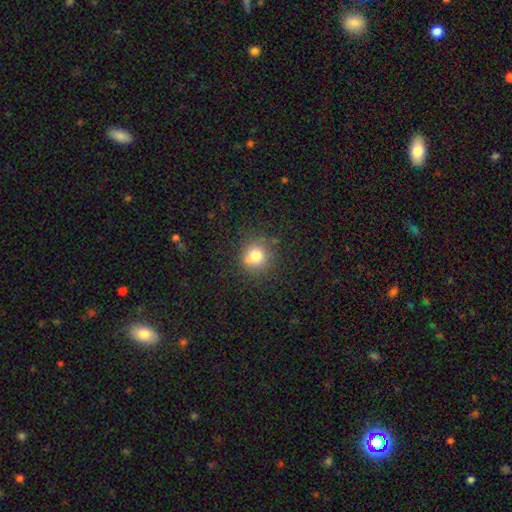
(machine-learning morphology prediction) smooth_or_featured: smooth (p=0.76) [alt: star or artifact p=0.14]
how_rounded: round (p=0.90) [alt: in between p=0.09]
merging: none (p=0.75) [alt: minor disturbance p=0.15]